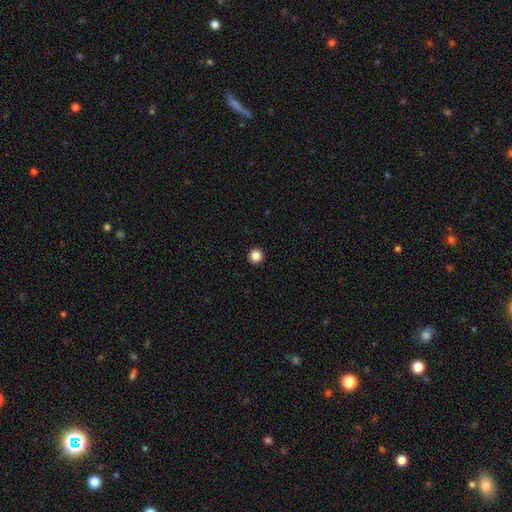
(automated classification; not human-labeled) smooth_or_featured: smooth (p=0.86) [alt: star or artifact p=0.10]
how_rounded: round (p=0.96) [alt: in between p=0.03]
merging: none (p=0.94) [alt: minor disturbance p=0.03]